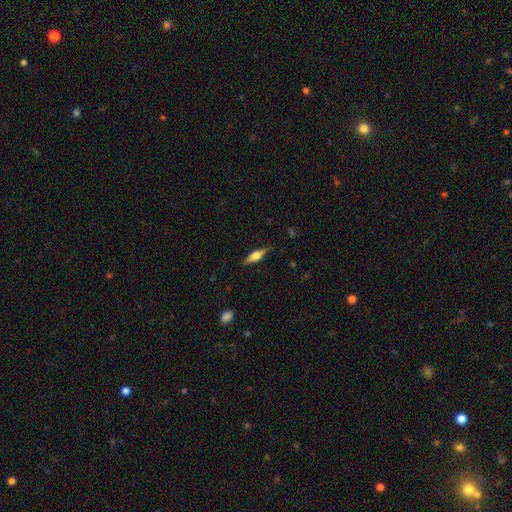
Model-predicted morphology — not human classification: The model was most divided on "smooth or featured": featured or disk: 52%, smooth: 41%, star or artifact: 7%. More confident: edge-on disk — yes (95%); merging — none (84%).